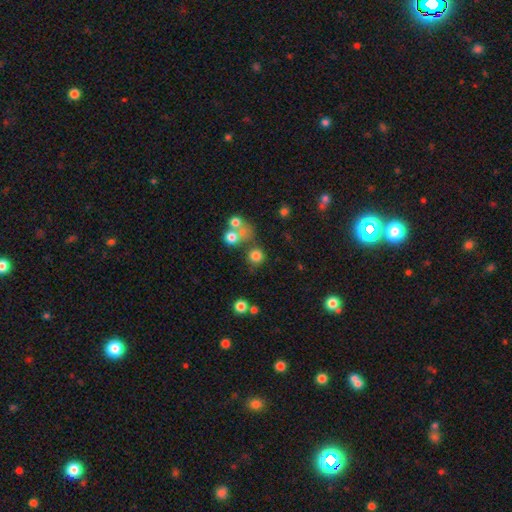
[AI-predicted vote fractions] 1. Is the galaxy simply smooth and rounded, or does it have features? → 76% smooth, 15% star or artifact, 9% featured or disk.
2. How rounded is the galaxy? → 89% round, 10% in between, 1% cigar-shaped.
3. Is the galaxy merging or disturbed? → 65% none, 19% merger, 10% minor disturbance, 6% major disturbance.